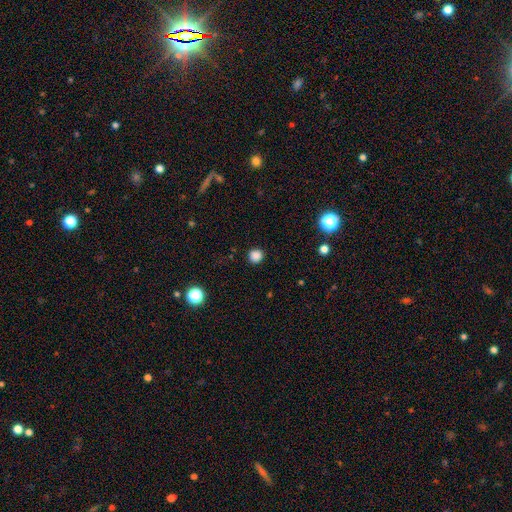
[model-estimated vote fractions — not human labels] Morphology: type=smooth (84%); roundness=round (92%); merging=none (90%).